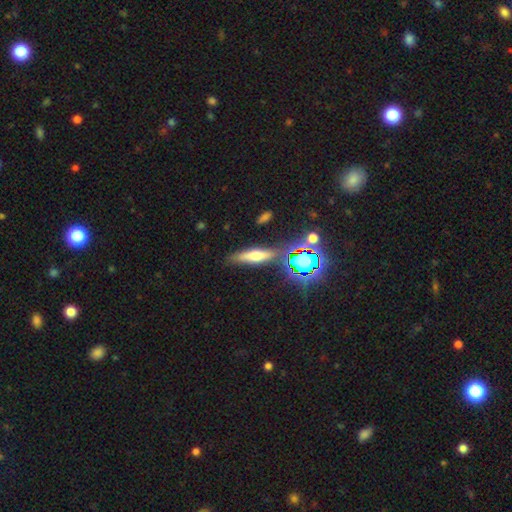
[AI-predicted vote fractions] Q: Smooth or featured?
A: smooth (47%); runner-up: featured or disk (36%)
Q: Merging?
A: none (80%); runner-up: minor disturbance (11%)